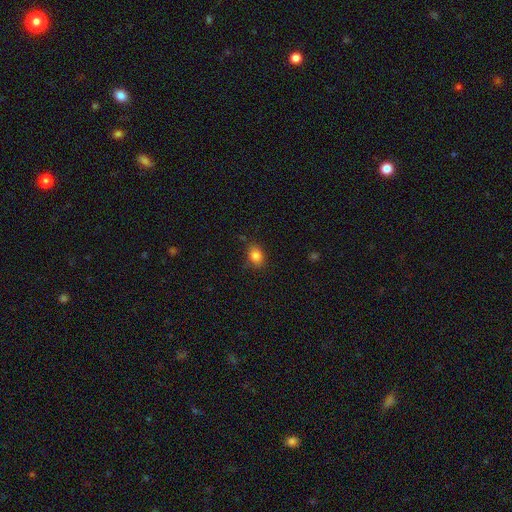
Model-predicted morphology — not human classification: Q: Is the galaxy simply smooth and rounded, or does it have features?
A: smooth — 83%.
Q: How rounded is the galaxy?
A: in between — 61%.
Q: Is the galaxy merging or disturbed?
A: none — 81%.